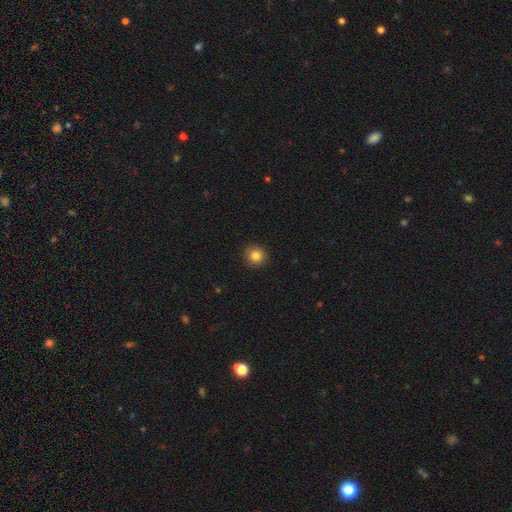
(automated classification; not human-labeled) smooth 85%, star or artifact 10%, featured or disk 5%. Down the decision tree: how rounded — round (92%); merging — none (90%).